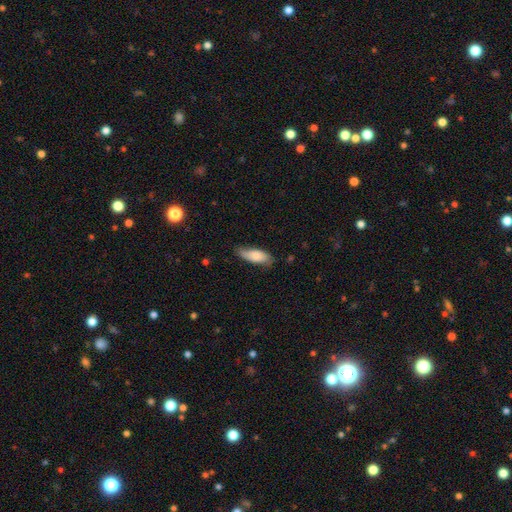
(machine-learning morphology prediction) This is likely a smooth galaxy (79%). How rounded: likely in between (74%). Merging: likely none (67%).